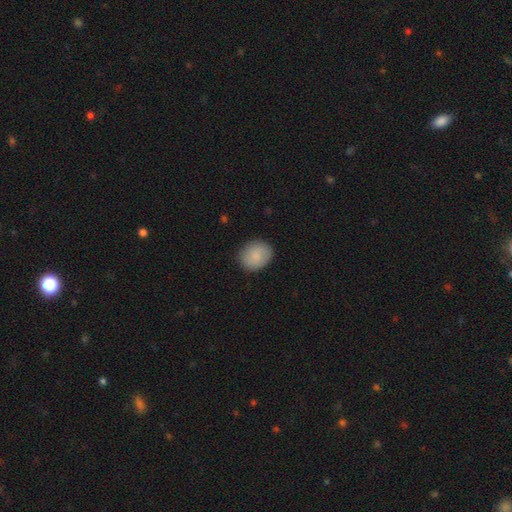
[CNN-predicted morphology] Q: Smooth or featured?
A: smooth (86%); runner-up: featured or disk (7%)
Q: How rounded?
A: round (57%); runner-up: in between (42%)
Q: Merging?
A: none (85%); runner-up: minor disturbance (12%)